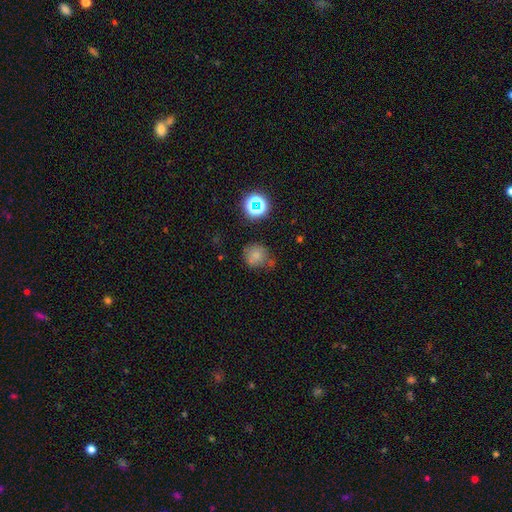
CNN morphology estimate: Overall: smooth (71%). How rounded: round (88%). Merging: none (61%; minor disturbance 21%).